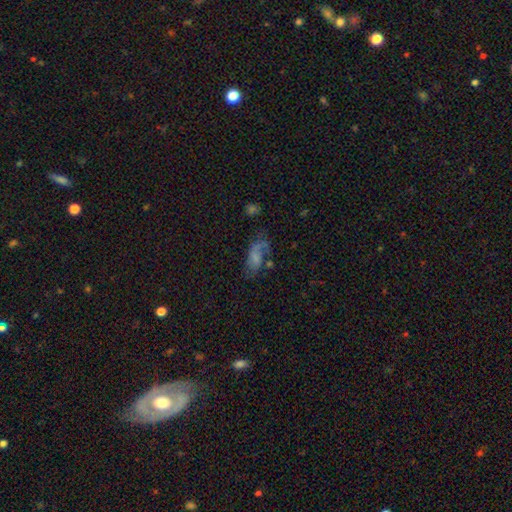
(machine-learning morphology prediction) Overall: smooth (48%; featured or disk 38%). Merging: none (38%; major disturbance 28%).